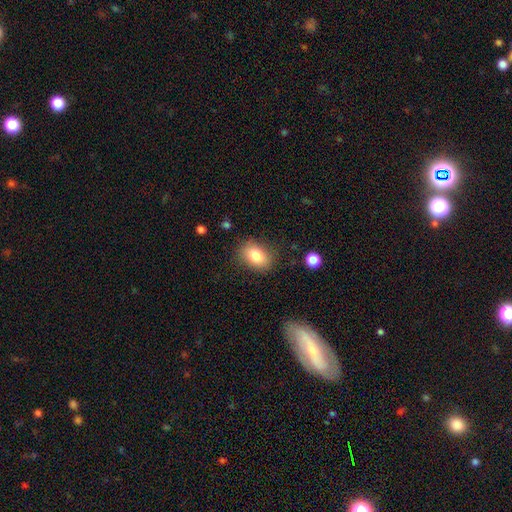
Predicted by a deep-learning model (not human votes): Smooth or featured?
  - smooth: 82% *
  - featured or disk: 10%
  - star or artifact: 9%
How rounded?
  - in between: 76% *
  - round: 23%
  - cigar-shaped: 1%
Merging?
  - none: 82% *
  - minor disturbance: 13%
  - major disturbance: 4%
  - merger: 2%